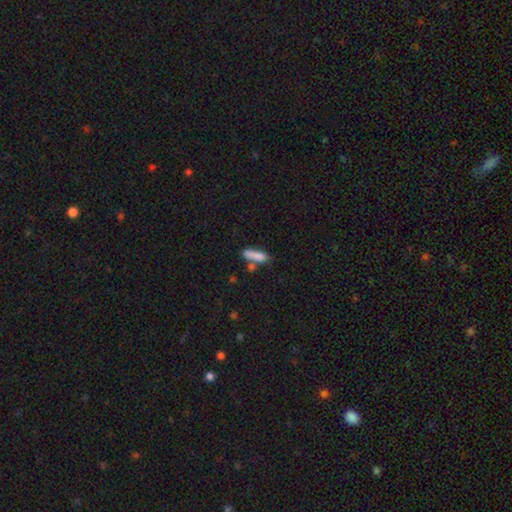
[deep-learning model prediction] smooth-or-featured: smooth: 79% | featured or disk: 12% | star or artifact: 8%
  how-rounded: cigar-shaped: 62% | in between: 36% | round: 3%
  merging: none: 48% | merger: 26% | minor disturbance: 18% | major disturbance: 7%